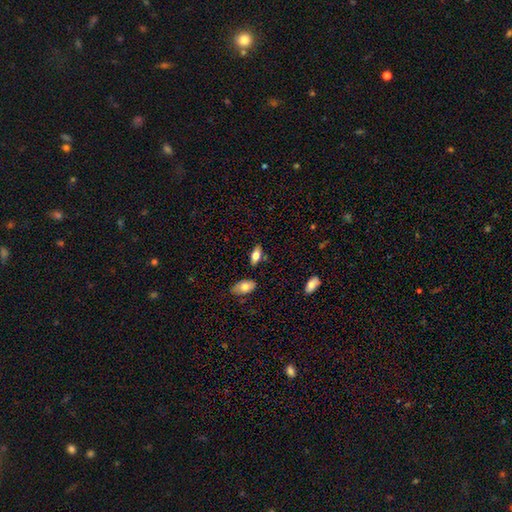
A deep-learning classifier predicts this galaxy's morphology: Smooth or featured? smooth (68%)
How rounded? in between (82%)
Merging? none (80%)